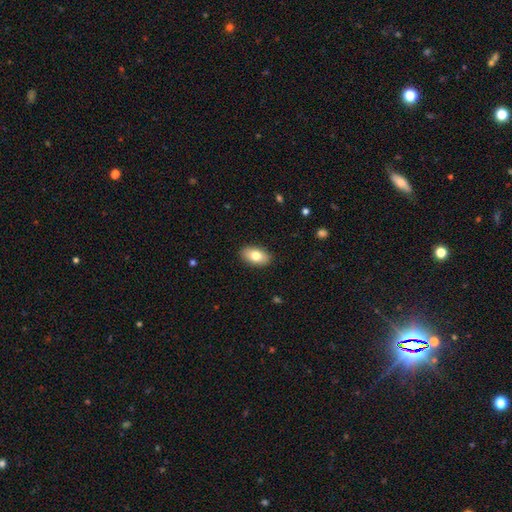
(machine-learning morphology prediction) The model was most divided on "smooth or featured": smooth: 78%, featured or disk: 15%, star or artifact: 7%. More confident: how rounded — in between (92%); merging — none (89%).